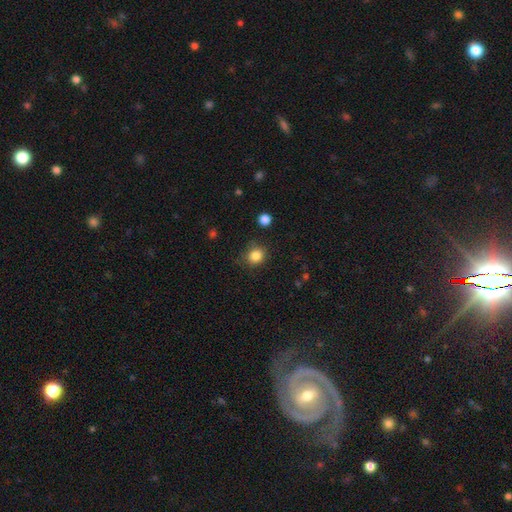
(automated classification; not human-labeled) Overall: smooth (84%). How rounded: round (81%). Merging: none (79%).